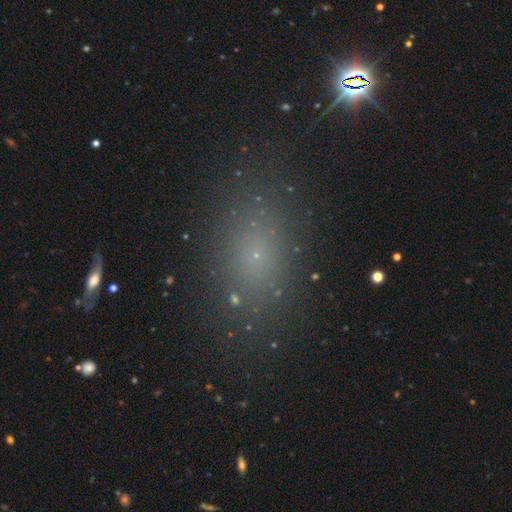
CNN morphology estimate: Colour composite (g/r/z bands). It shows a smooth galaxy with no disk features (61%) that is in between round and cigar-shaped (75%). Merging: none (83%).